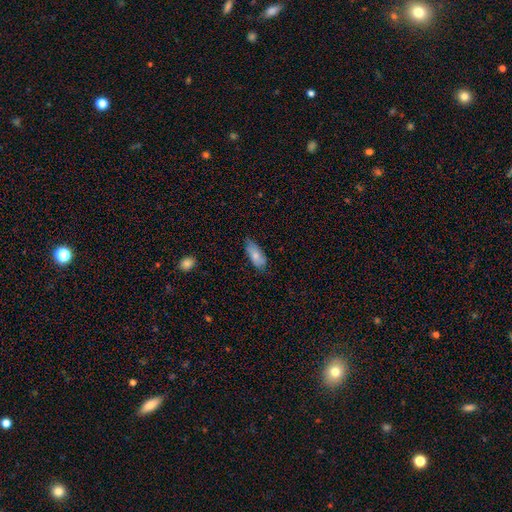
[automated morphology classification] Smooth or featured?
  - smooth: 73% *
  - featured or disk: 21%
  - star or artifact: 6%
How rounded?
  - in between: 83% *
  - cigar-shaped: 15%
  - round: 2%
Merging?
  - none: 69% *
  - minor disturbance: 25%
  - major disturbance: 5%
  - merger: 1%